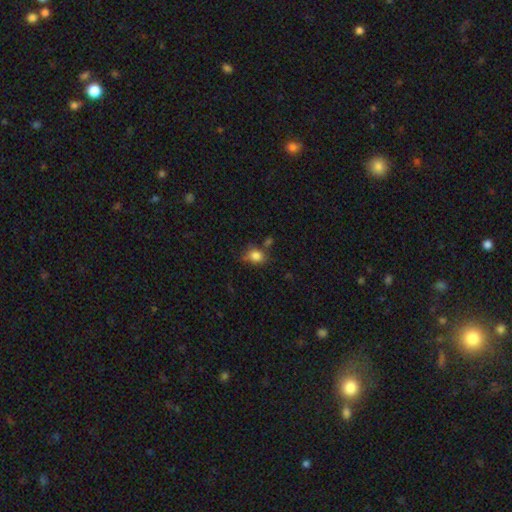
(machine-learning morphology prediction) This is clearly a smooth galaxy (82%). How rounded: possibly round (55%). Merging: likely none (61%).